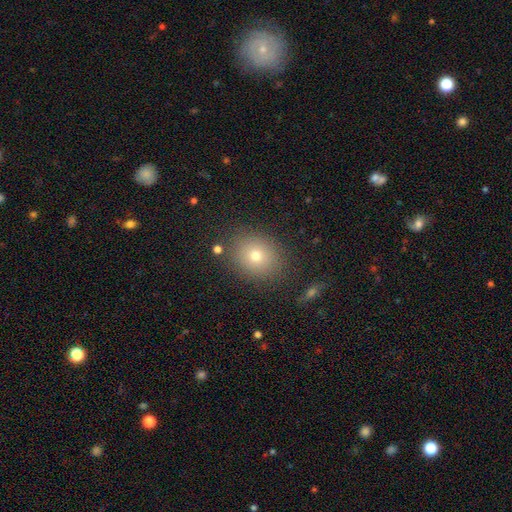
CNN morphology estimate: Smooth or featured? smooth (71%)
How rounded? round (69%)
Merging? none (86%)